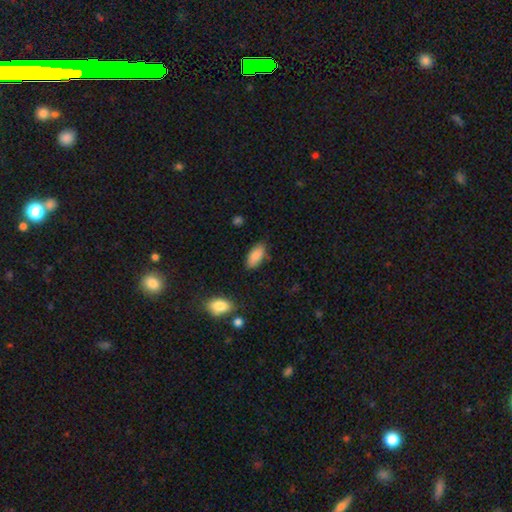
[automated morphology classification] Overall: smooth (86%). How rounded: in between (88%). Merging: none (77%).